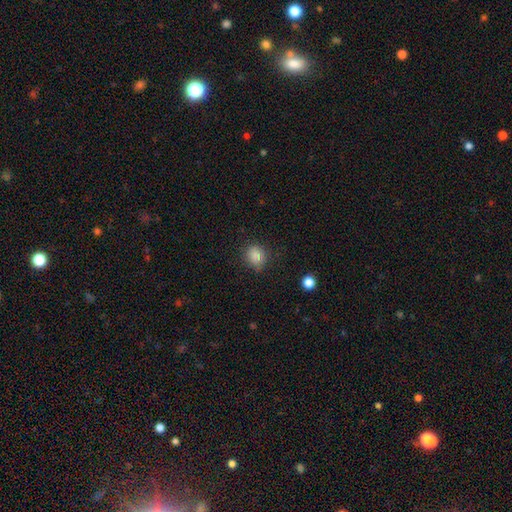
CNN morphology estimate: Smooth or featured? Predicted: smooth (p=0.84). How rounded? Predicted: round (p=0.69). Merging? Predicted: none (p=0.80).